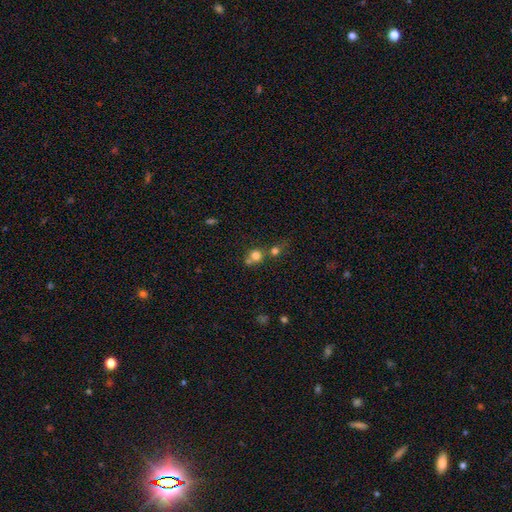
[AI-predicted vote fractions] A smooth galaxy with no disk features (74%) that is round (86%).

Vote fractions:
- Smooth or featured? smooth: 74% / star or artifact: 15% / featured or disk: 11%
- How rounded? round: 86% / in between: 13% / cigar-shaped: 1%
- Merging? merger: 44% (tied) / none: 44% (tied) / minor disturbance: 8% / major disturbance: 4%